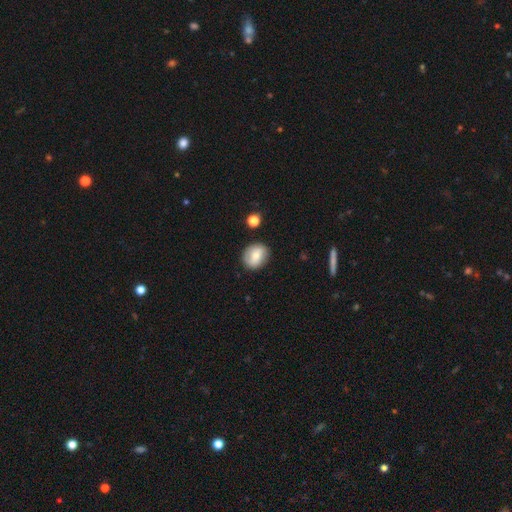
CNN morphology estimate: smooth 65%, featured or disk 27%, star or artifact 8%. Down the decision tree: how rounded — round (66%); merging — none (83%).